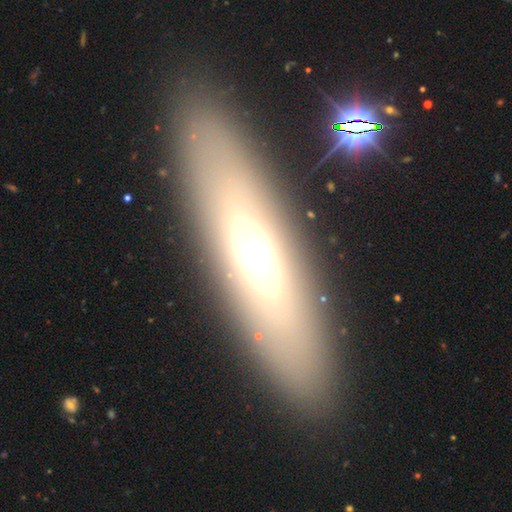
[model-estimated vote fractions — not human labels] A featured or disk galaxy (47%). Merging: none (87%).